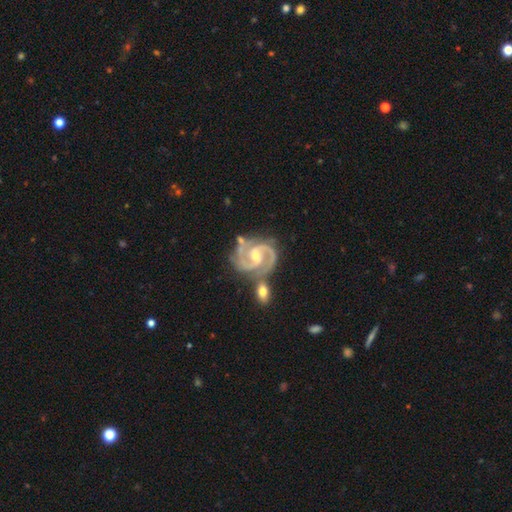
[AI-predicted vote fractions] This is clearly a featured or disk galaxy (93%). It is clearly not viewed edge-on (98%). Bar: possibly weak (50%). Spiral arm pattern: clearly yes (99%). Spiral arm count: clearly 2 (89%). Spiral winding: possibly medium (54%). Central bulge: possibly moderate (57%). Merging: possibly none (56%).